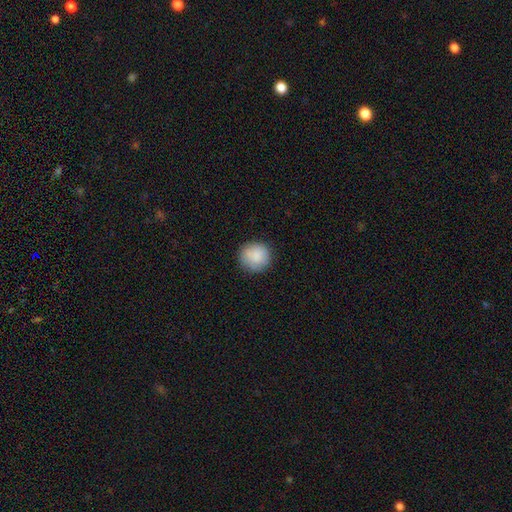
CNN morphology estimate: The model was most divided on "merging": none: 85%, minor disturbance: 11%, major disturbance: 3%, merger: 1%. More confident: how rounded — round (92%); smooth or featured — smooth (87%).